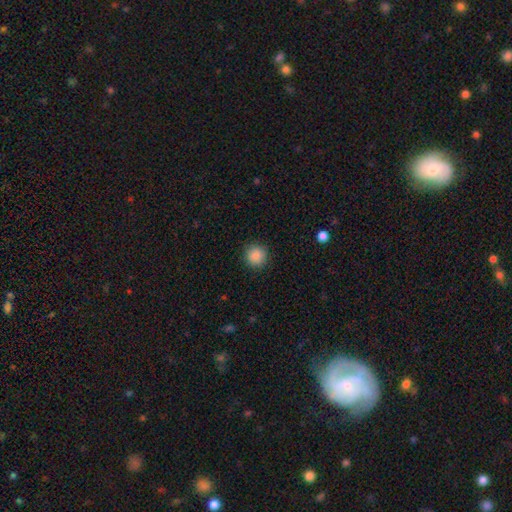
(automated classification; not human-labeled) Smooth or featured? Predicted: smooth (p=0.88). How rounded? Predicted: round (p=0.94). Merging? Predicted: none (p=0.91).